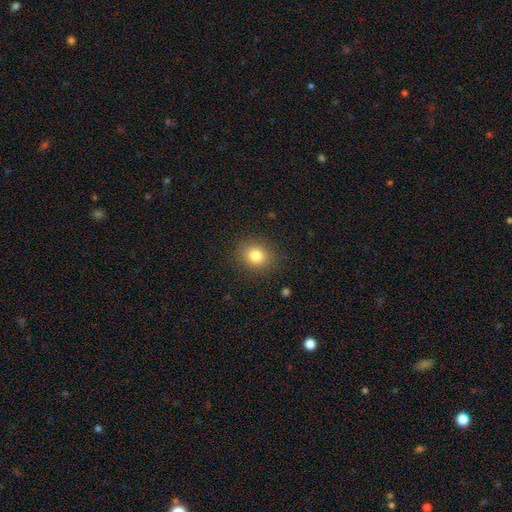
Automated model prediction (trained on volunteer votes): Smooth or featured? Predicted: smooth (p=0.81). How rounded? Predicted: round (p=0.69). Merging? Predicted: none (p=0.88).